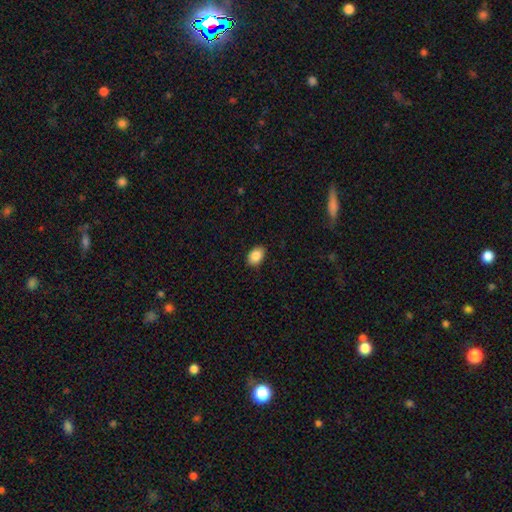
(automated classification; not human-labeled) Smooth or featured? smooth (87%)
How rounded? in between (84%)
Merging? none (88%)